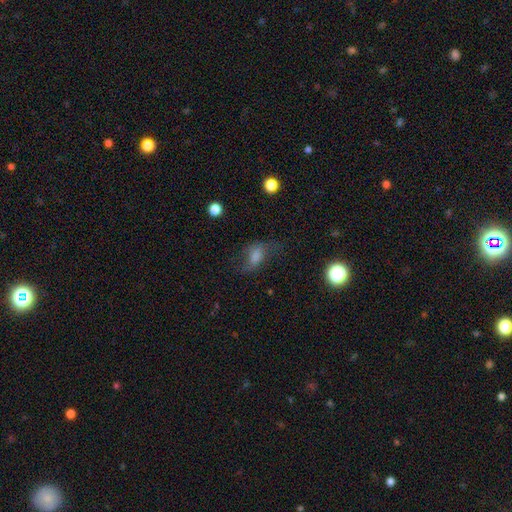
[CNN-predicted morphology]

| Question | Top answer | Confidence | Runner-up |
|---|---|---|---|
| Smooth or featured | smooth | 49% | featured or disk (33%) |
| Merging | none | 54% | minor disturbance (23%) |